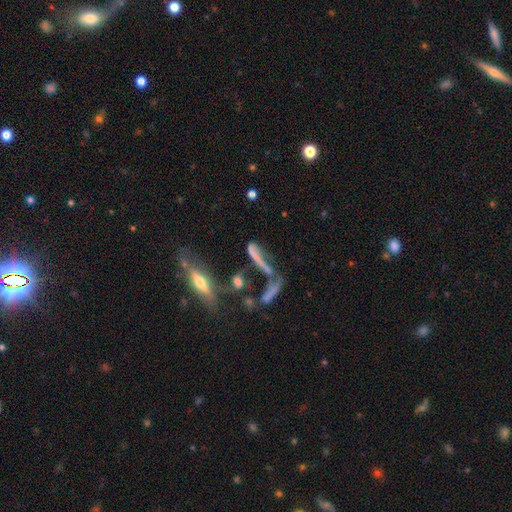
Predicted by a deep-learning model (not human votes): Q: Smooth or featured?
A: smooth (43%); runner-up: featured or disk (41%)
Q: Merging?
A: merger (39%); runner-up: none (24%)